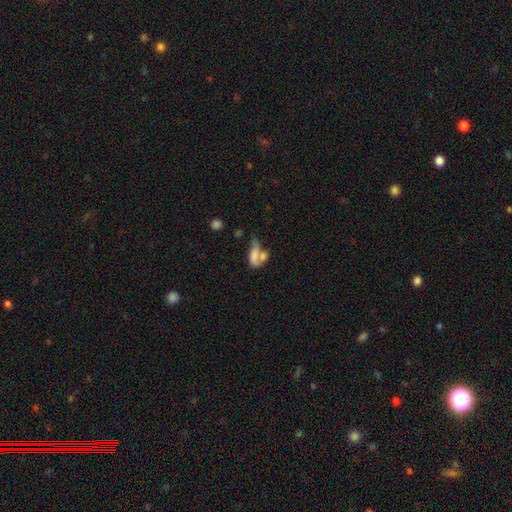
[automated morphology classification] A smooth galaxy with no disk features (64%) that is in between round and cigar-shaped (74%).

Vote fractions:
- Smooth or featured? smooth: 64% / featured or disk: 25% / star or artifact: 10%
- How rounded? in between: 74% / cigar-shaped: 18% / round: 7%
- Merging? merger: 53% / none: 20% / major disturbance: 15% / minor disturbance: 12%